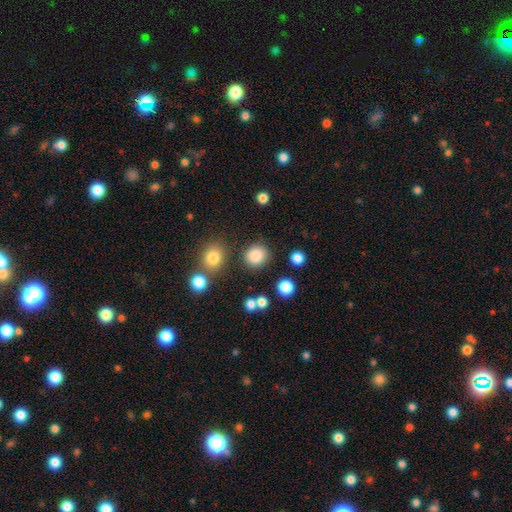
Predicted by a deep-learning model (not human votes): Smooth or featured?
  - smooth: 85% *
  - star or artifact: 11%
  - featured or disk: 4%
How rounded?
  - round: 87% *
  - in between: 12%
  - cigar-shaped: 1%
Merging?
  - none: 84% *
  - minor disturbance: 9%
  - merger: 4%
  - major disturbance: 3%